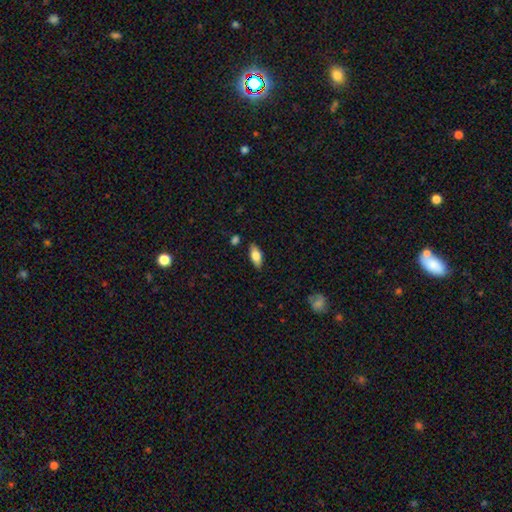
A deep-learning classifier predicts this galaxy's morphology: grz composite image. It shows a smooth galaxy with no disk features (77%) that is in between round and cigar-shaped (84%). Merging: none (85%).